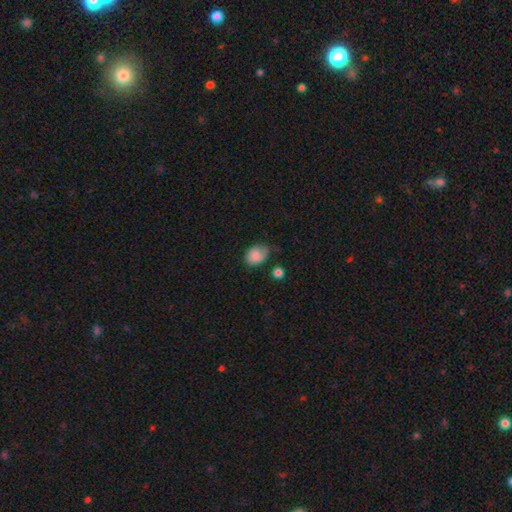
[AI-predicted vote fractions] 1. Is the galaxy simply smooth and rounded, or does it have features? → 81% smooth, 11% featured or disk, 8% star or artifact.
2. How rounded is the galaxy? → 67% in between, 32% round, 1% cigar-shaped.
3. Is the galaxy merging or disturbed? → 50% none, 36% minor disturbance, 10% major disturbance, 3% merger.